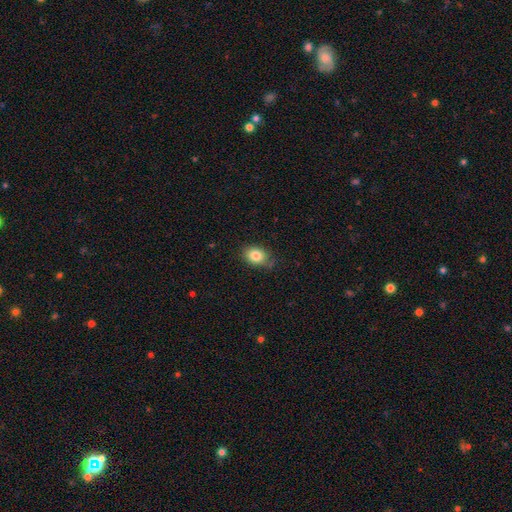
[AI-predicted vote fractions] The model was most divided on "how rounded": in between: 65%, round: 34%, cigar-shaped: 1%. More confident: smooth or featured — smooth (84%); merging — none (77%).